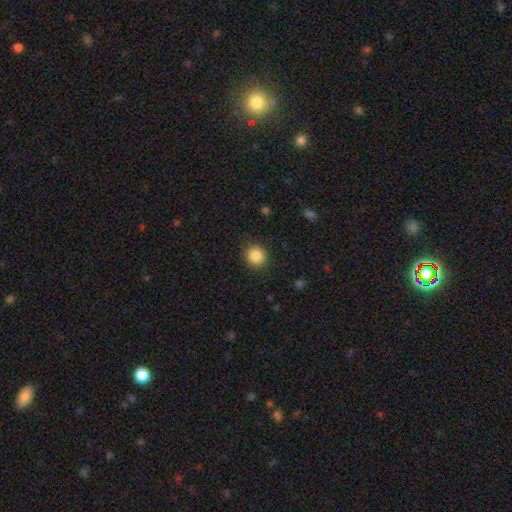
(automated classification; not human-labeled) smooth 86%, star or artifact 10%, featured or disk 4%. Down the decision tree: how rounded — round (88%); merging — none (90%).